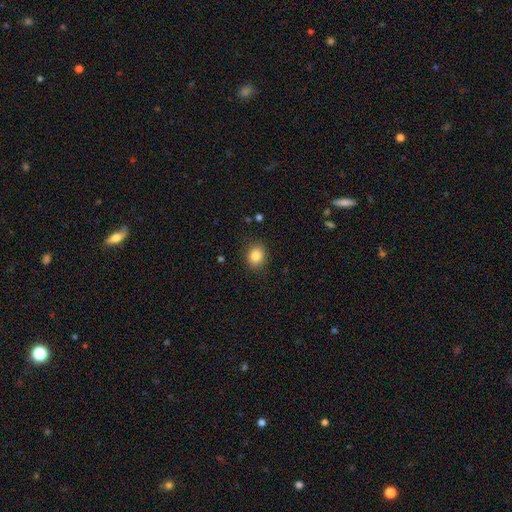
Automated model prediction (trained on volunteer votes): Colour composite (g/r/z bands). It shows a smooth galaxy with no disk features (84%) that is round (65%). Merging: none (87%).